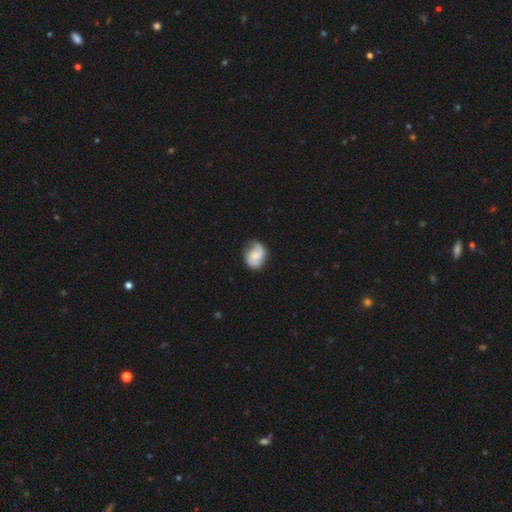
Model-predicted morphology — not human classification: This appears to be a smooth galaxy with no disk features (57%) that is in between round and cigar-shaped (58%). Merging: none (59%).